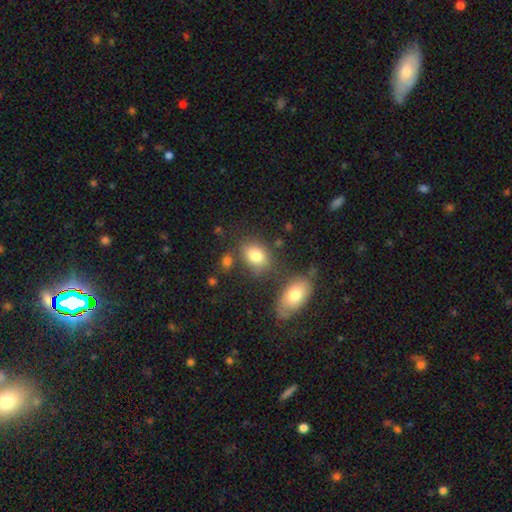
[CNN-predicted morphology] smooth_or_featured: smooth (p=0.81) [alt: featured or disk p=0.10]
how_rounded: in between (p=0.73) [alt: round p=0.26]
merging: none (p=0.65) [alt: merger p=0.15]